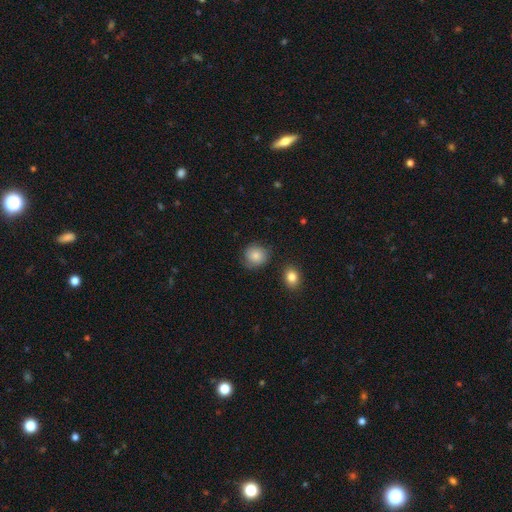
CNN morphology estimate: smooth_or_featured: smooth (p=0.79) [alt: featured or disk p=0.12]
how_rounded: round (p=0.84) [alt: in between p=0.15]
merging: none (p=0.74) [alt: minor disturbance p=0.19]